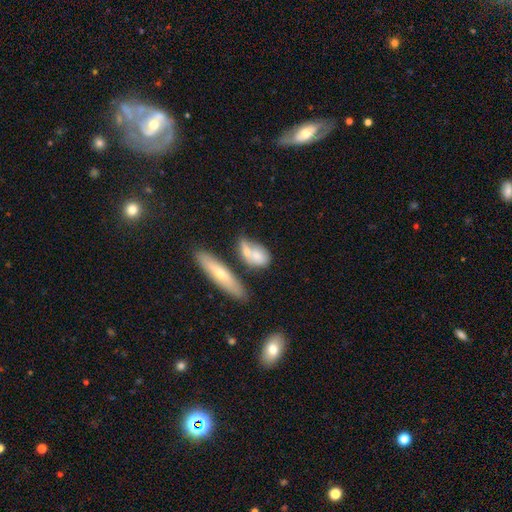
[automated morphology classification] Smooth or featured?
  - smooth: 68% *
  - featured or disk: 24%
  - star or artifact: 7%
How rounded?
  - in between: 60% *
  - round: 24%
  - cigar-shaped: 16%
Merging?
  - none: 40% *
  - merger: 35%
  - minor disturbance: 17%
  - major disturbance: 8%